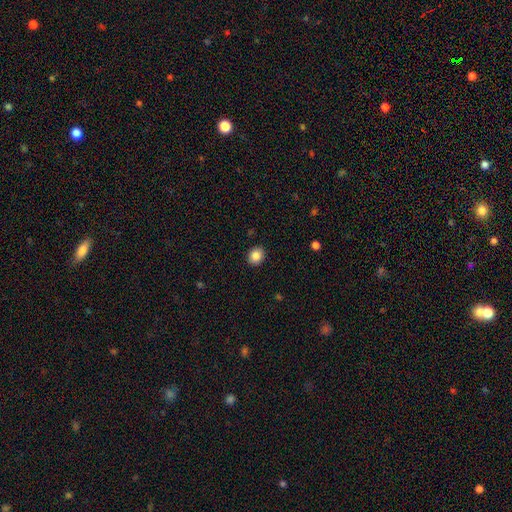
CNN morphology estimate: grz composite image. It shows a smooth galaxy with no disk features (86%) that is round (70%). Merging: none (91%).